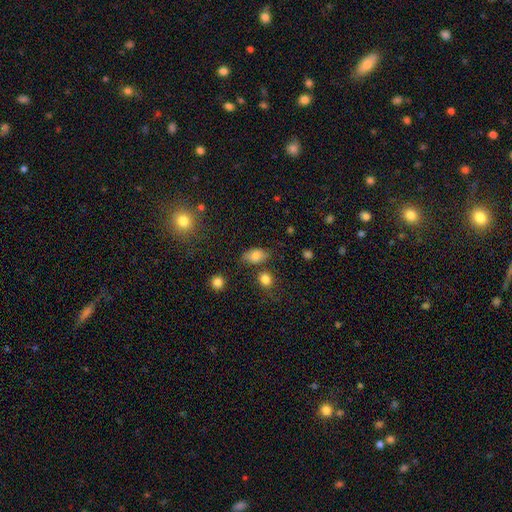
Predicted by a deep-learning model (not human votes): Overall: smooth (80%). How rounded: in between (85%). Merging: none (72%).